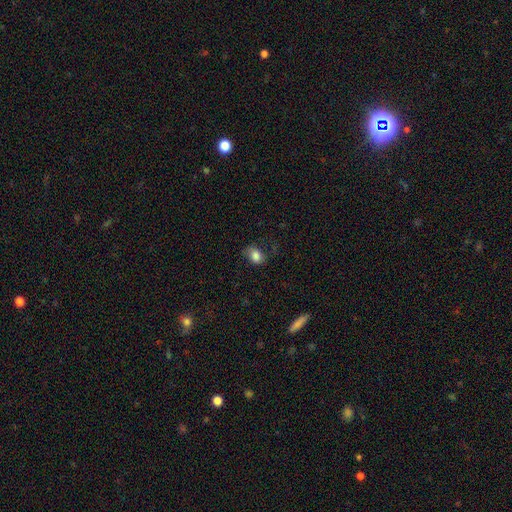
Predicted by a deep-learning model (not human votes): Smooth or featured?
  - smooth: 82% *
  - featured or disk: 9%
  - star or artifact: 9%
How rounded?
  - in between: 65% *
  - round: 33%
  - cigar-shaped: 1%
Merging?
  - none: 63% *
  - minor disturbance: 24%
  - major disturbance: 11%
  - merger: 1%